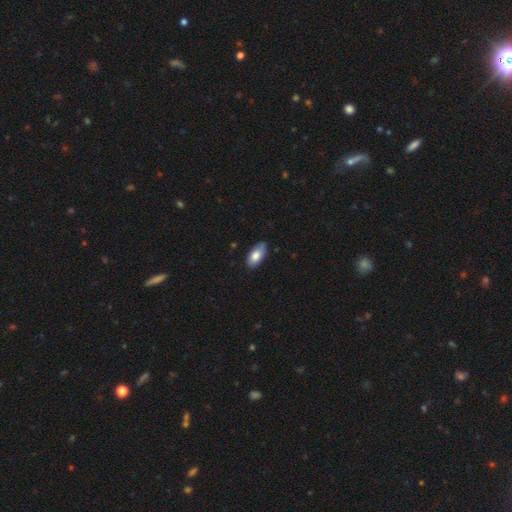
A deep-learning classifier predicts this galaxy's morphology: Q: Smooth or featured?
A: smooth (81%); runner-up: featured or disk (13%)
Q: How rounded?
A: in between (93%); runner-up: cigar-shaped (4%)
Q: Merging?
A: none (82%); runner-up: minor disturbance (14%)